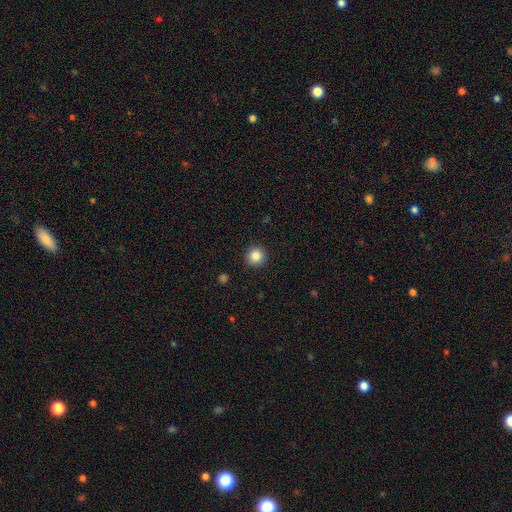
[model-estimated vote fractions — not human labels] Smooth or featured? Predicted: smooth (p=0.85). How rounded? Predicted: round (p=0.95). Merging? Predicted: none (p=0.92).